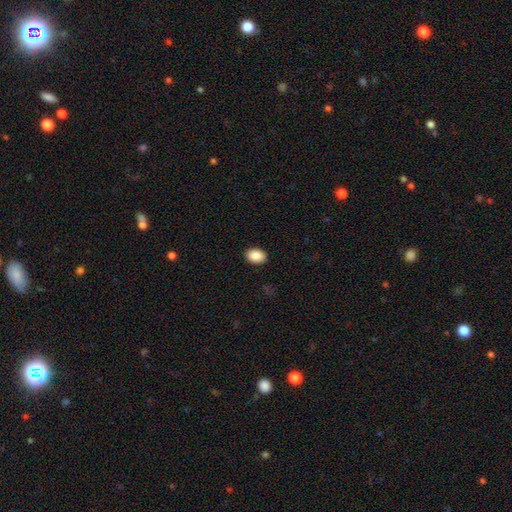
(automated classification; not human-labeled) Smooth or featured? Predicted: smooth (p=0.89). How rounded? Predicted: in between (p=0.80). Merging? Predicted: none (p=0.91).